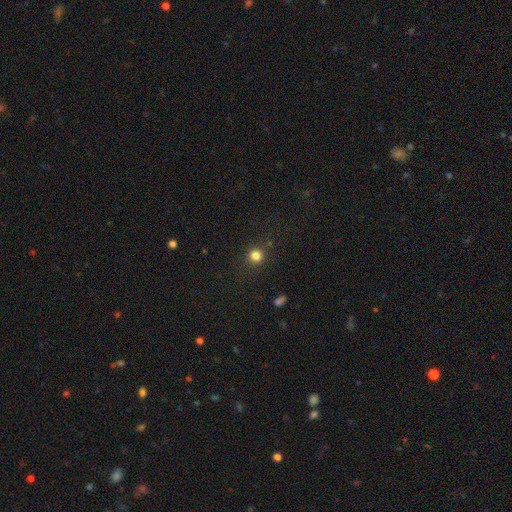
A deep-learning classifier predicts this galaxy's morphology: Smooth or featured? smooth (81%)
How rounded? round (90%)
Merging? none (88%)